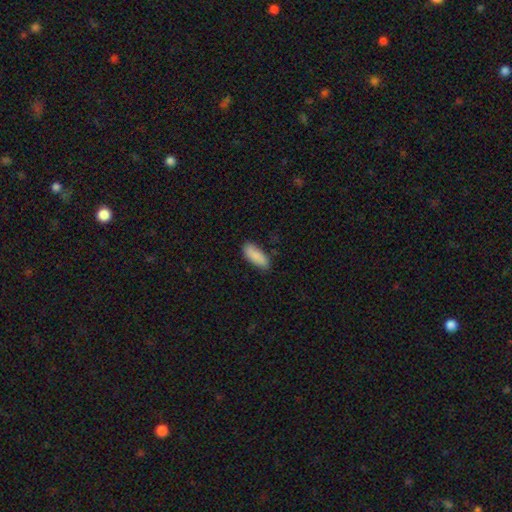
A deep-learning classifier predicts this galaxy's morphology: The model was most divided on "how rounded": in between: 75%, cigar-shaped: 23%, round: 2%. More confident: smooth or featured — smooth (88%); merging — none (83%).